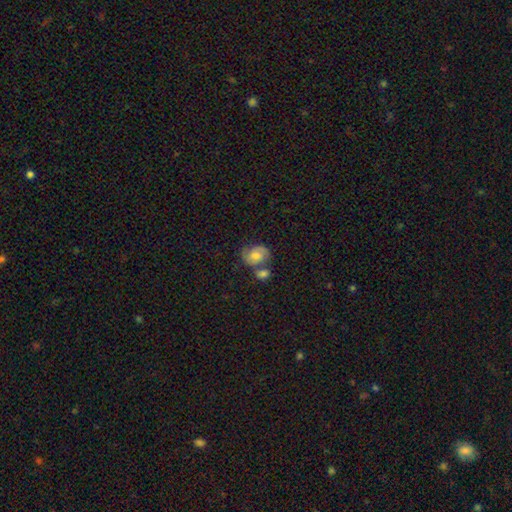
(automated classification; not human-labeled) Smooth or featured? featured or disk (57%)
Edge-on disk? no (97%)
Bar? no (62%)
Spiral arms? yes (88%)
Bulge size? moderate (58%)
Merging? none (44%)